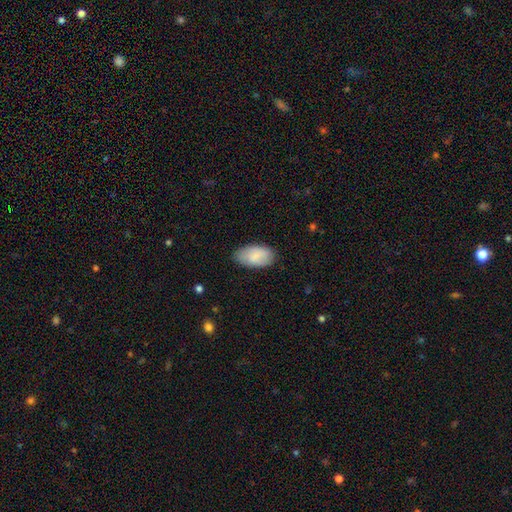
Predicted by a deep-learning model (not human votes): Smooth or featured: smooth — 82% (featured or disk — 12%)
How rounded: in between — 95% (round — 3%)
Merging: none — 77% (minor disturbance — 19%)